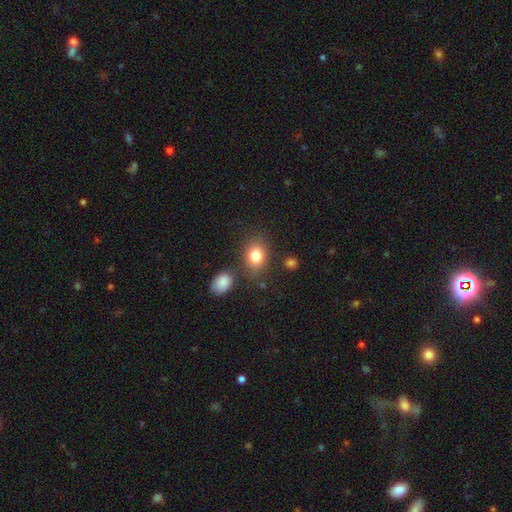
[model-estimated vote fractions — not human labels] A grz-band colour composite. It shows a smooth galaxy with no disk features (81%) that is in between round and cigar-shaped (65%). Merging: none (74%).